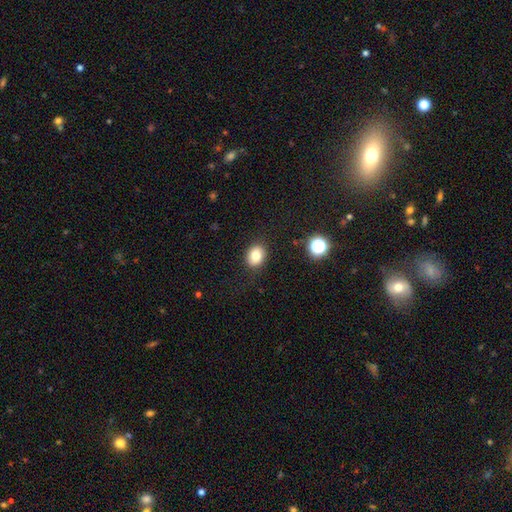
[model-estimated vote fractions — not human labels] Smooth or featured: smooth — 80% (star or artifact — 11%)
How rounded: in between — 51% (round — 48%)
Merging: none — 86% (minor disturbance — 10%)